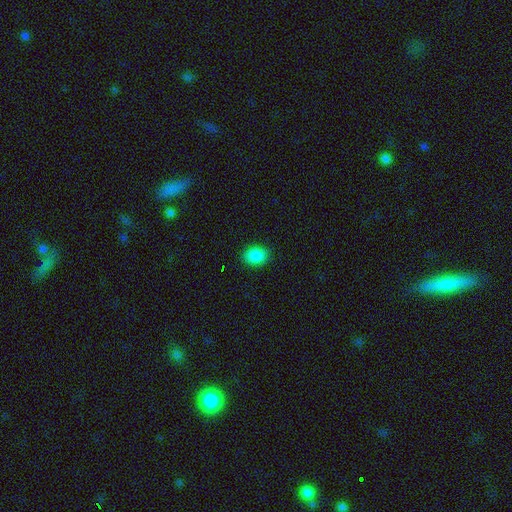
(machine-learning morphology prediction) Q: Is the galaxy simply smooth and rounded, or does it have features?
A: smooth — 87%.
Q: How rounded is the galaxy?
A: in between — 63%.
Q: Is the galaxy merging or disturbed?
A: none — 89%.